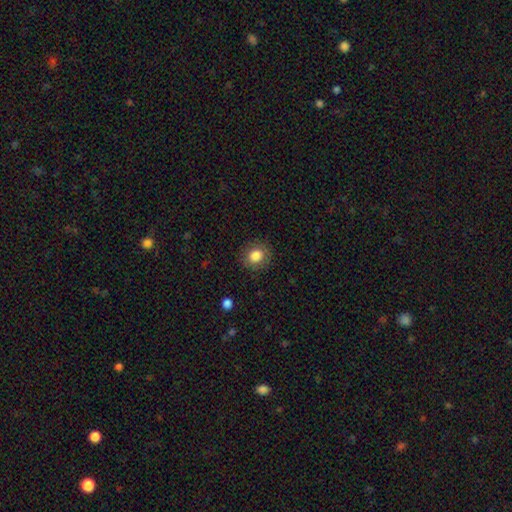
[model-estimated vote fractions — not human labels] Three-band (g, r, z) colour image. It shows a smooth galaxy with no disk features (83%) that is round (75%). Merging: none (86%).